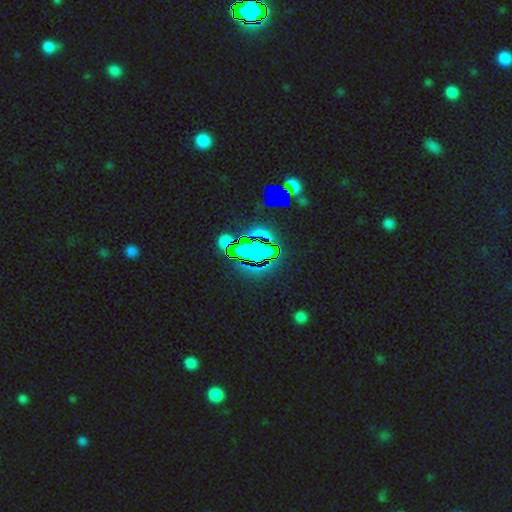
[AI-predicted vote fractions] star or artifact 72%, smooth 18%, featured or disk 11%.